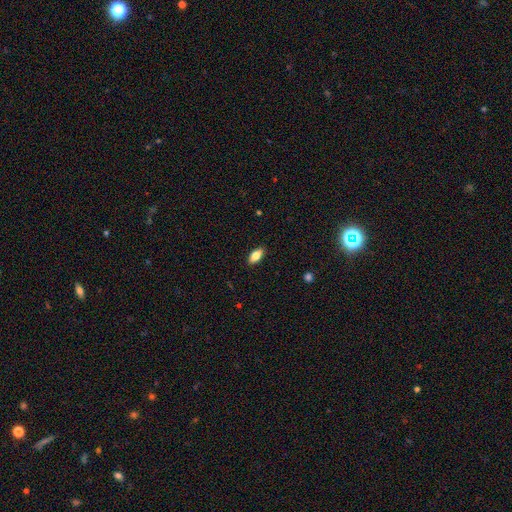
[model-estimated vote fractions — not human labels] A smooth galaxy with no disk features (80%) that is in between round and cigar-shaped (88%). Merging: none (89%).